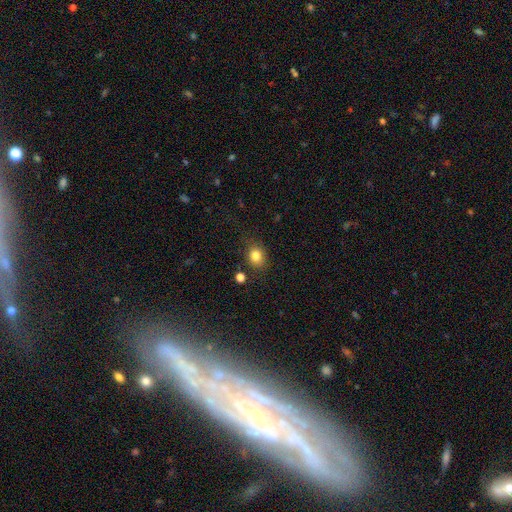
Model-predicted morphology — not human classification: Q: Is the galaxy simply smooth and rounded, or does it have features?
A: smooth — 82%.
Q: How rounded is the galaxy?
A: round — 57%.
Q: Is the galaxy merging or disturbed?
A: none — 79%.